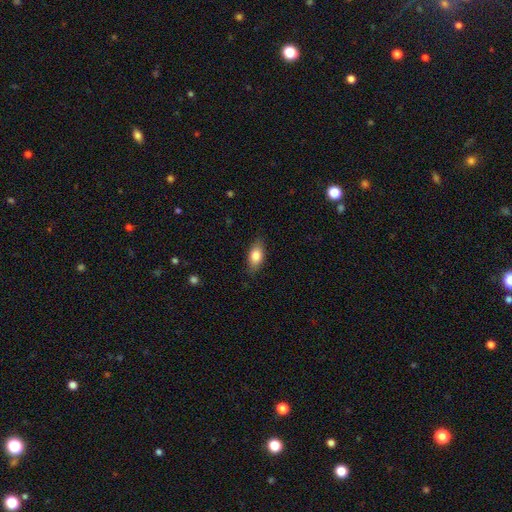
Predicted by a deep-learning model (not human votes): A smooth galaxy with no disk features (80%) that is in between round and cigar-shaped (85%).

Vote fractions:
- Smooth or featured? smooth: 80% / featured or disk: 13% / star or artifact: 7%
- How rounded? in between: 85% / cigar-shaped: 9% / round: 6%
- Merging? none: 83% / minor disturbance: 13% / major disturbance: 3% / merger: 1%